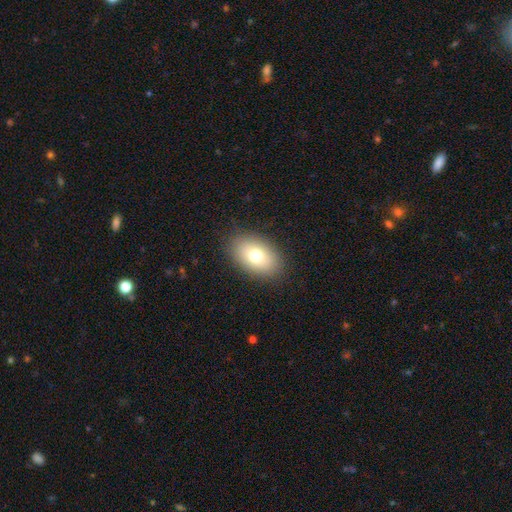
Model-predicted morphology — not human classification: This is likely a smooth galaxy (74%). How rounded: clearly in between (87%). Merging: clearly none (87%).